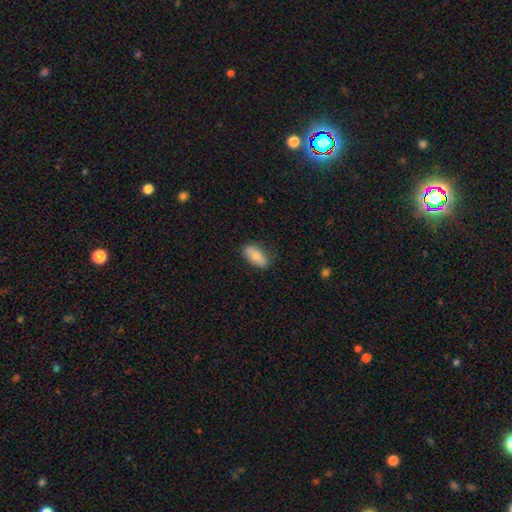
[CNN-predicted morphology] Smooth or featured? Predicted: smooth (p=0.79). How rounded? Predicted: in between (p=0.87). Merging? Predicted: none (p=0.76).